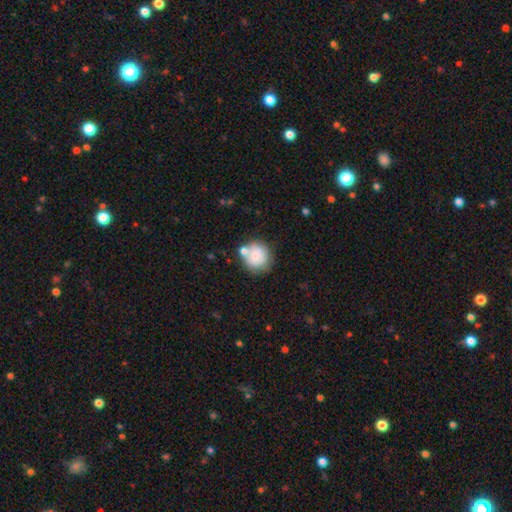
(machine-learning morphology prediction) A smooth galaxy with no disk features (79%) that is round (86%). Merging: none (60%).